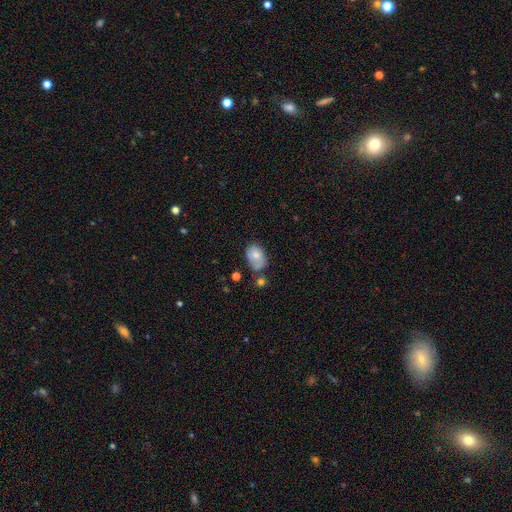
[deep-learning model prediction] Morphology: type=smooth (65%); roundness=in between (78%); merging=none (44%).